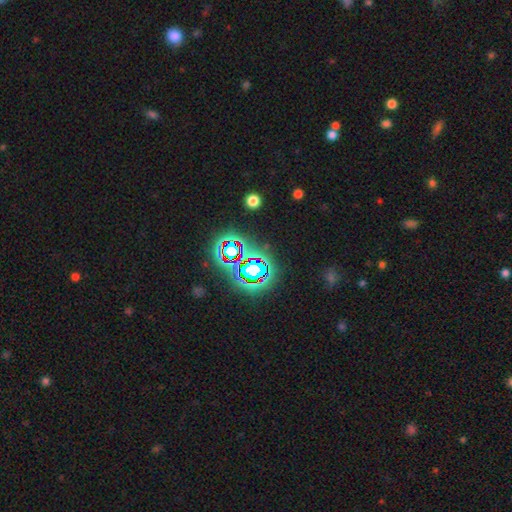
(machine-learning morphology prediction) Smooth or featured? star or artifact (75%)